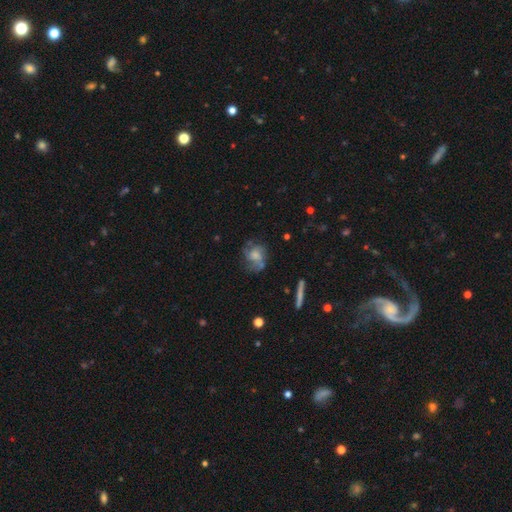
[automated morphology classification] Smooth or featured? Predicted: featured or disk (p=0.57). Edge-on disk? Predicted: no (p=0.96). Bar? Predicted: no (p=0.70). Spiral arms? Predicted: yes (p=0.73). Bulge size? Predicted: moderate (p=0.35). Merging? Predicted: none (p=0.51).